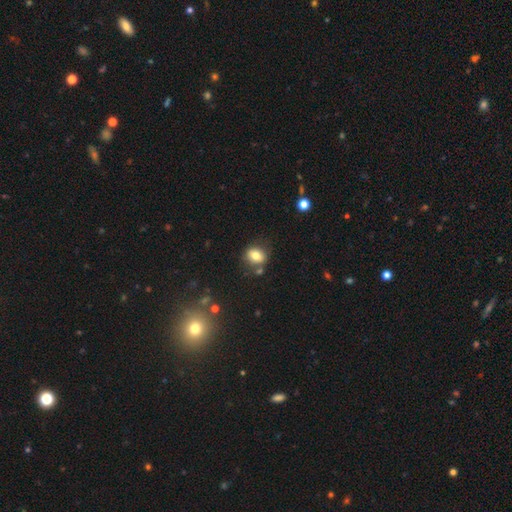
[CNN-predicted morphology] This is likely a smooth galaxy (78%). How rounded: possibly round (50%). Merging: likely none (73%).